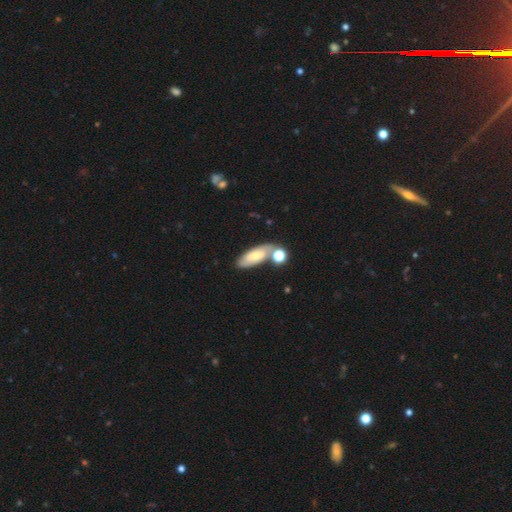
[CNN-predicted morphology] smooth_or_featured: smooth (p=0.57) [alt: featured or disk p=0.35]
how_rounded: in between (p=0.74) [alt: cigar-shaped p=0.23]
merging: none (p=0.56) [alt: merger p=0.24]